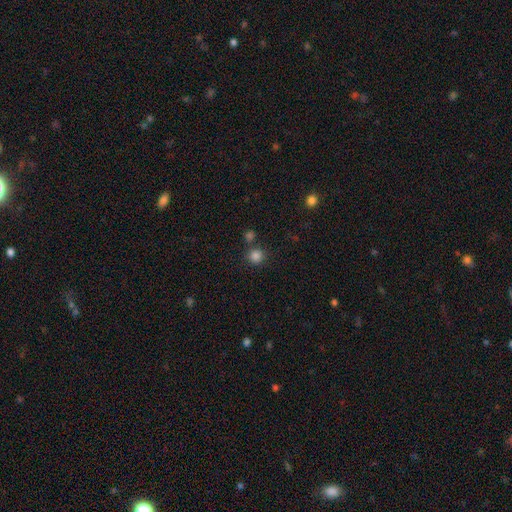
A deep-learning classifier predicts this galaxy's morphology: smooth 83%, star or artifact 13%, featured or disk 4%. Down the decision tree: how rounded — round (92%); merging — none (76%).